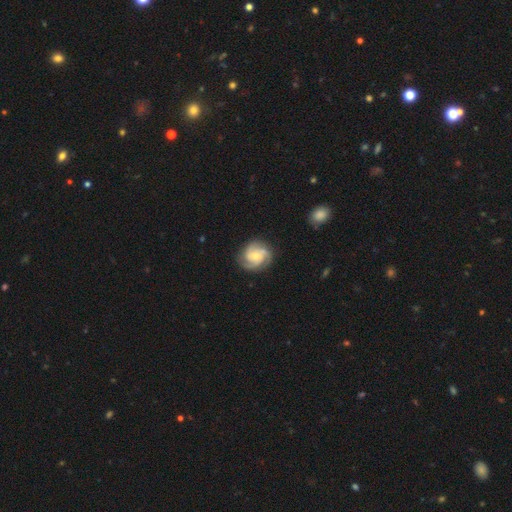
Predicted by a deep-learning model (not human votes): Smooth or featured?
  - featured or disk: 83% *
  - smooth: 11%
  - star or artifact: 5%
Edge-on disk?
  - no: 98% *
  - yes: 2%
Bar?
  - no: 64% *
  - weak: 30%
  - strong: 6%
Spiral arms?
  - yes: 97% *
  - no: 3%
Spiral winding?
  - tight: 52% *
  - medium: 40%
  - loose: 8%
Spiral arm count?
  - 3: 60% *
  - 2: 15%
  - can't tell: 9%
  - 4: 8%
  - 1: 4%
  - more than 4: 4%
Bulge size?
  - moderate: 48% *
  - small: 47%
  - large: 2%
  - none: 2%
  - dominant: 1%
Merging?
  - none: 80% *
  - minor disturbance: 14%
  - major disturbance: 4%
  - merger: 1%